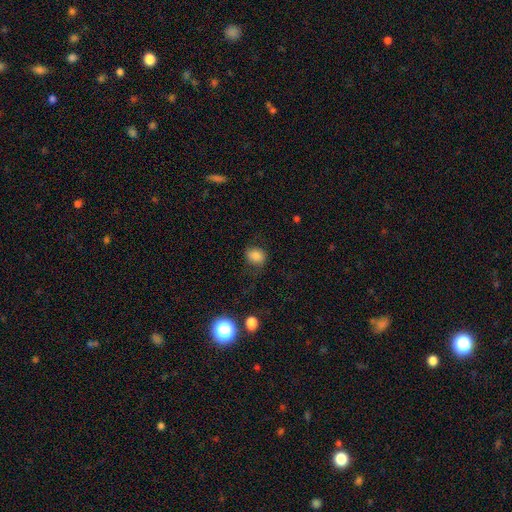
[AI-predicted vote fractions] Smooth or featured: smooth — 78% (star or artifact — 12%)
How rounded: round — 62% (in between — 37%)
Merging: none — 72% (minor disturbance — 18%)